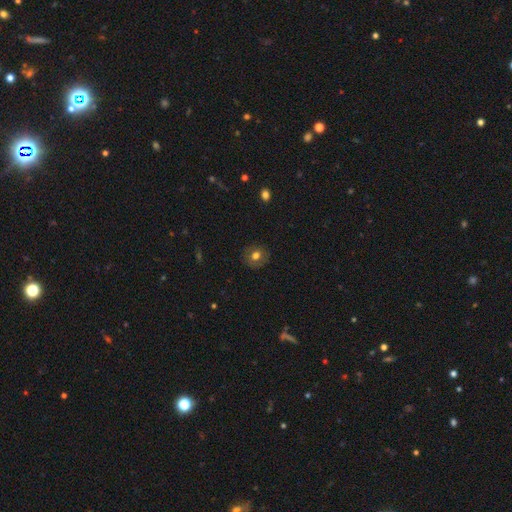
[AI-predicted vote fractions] Overall: smooth (68%). How rounded: round (80%). Merging: none (85%).